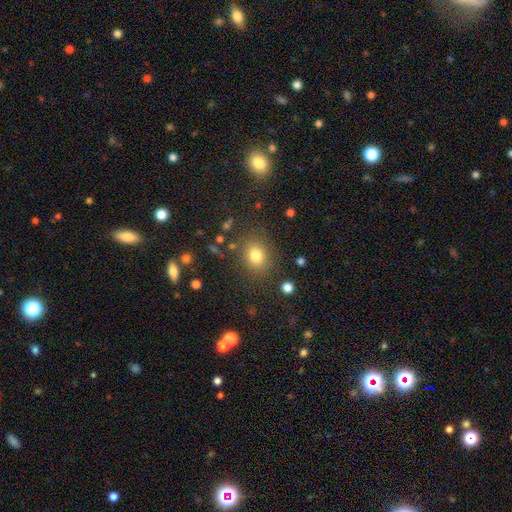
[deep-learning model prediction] Smooth or featured? smooth (79%)
How rounded? round (58%)
Merging? none (82%)